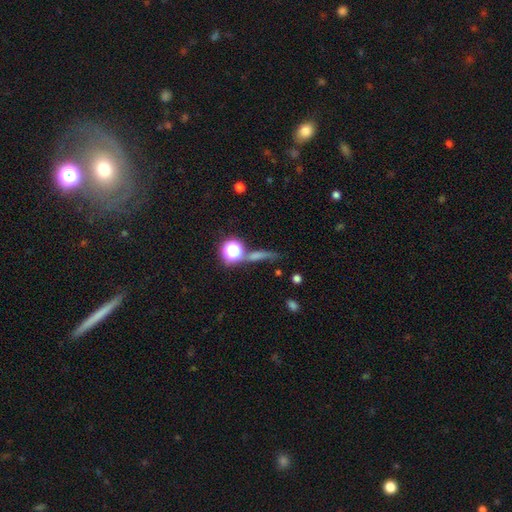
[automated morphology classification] Smooth or featured? star or artifact (42%)